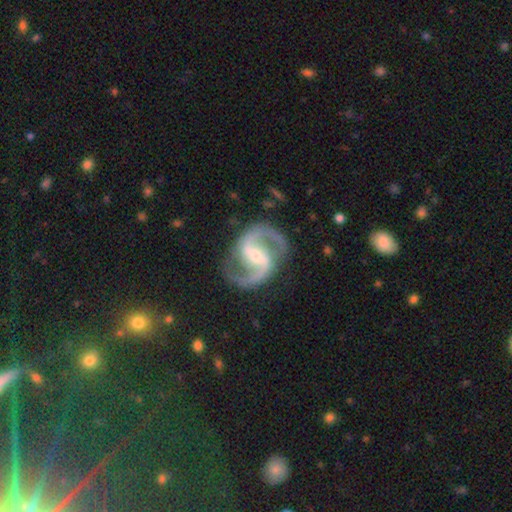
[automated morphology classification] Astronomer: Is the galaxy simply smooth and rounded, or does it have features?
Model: featured or disk — 94%.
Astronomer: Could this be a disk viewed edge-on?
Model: no — 98%.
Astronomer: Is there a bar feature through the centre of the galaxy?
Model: strong — 44% (runner-up: weak, 39%).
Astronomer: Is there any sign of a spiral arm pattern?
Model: yes — 98%.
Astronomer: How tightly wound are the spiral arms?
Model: medium — 65%.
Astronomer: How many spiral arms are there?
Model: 2 — 95%.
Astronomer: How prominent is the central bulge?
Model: small — 58% (runner-up: moderate, 36%).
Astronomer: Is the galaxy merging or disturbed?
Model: none — 84%.